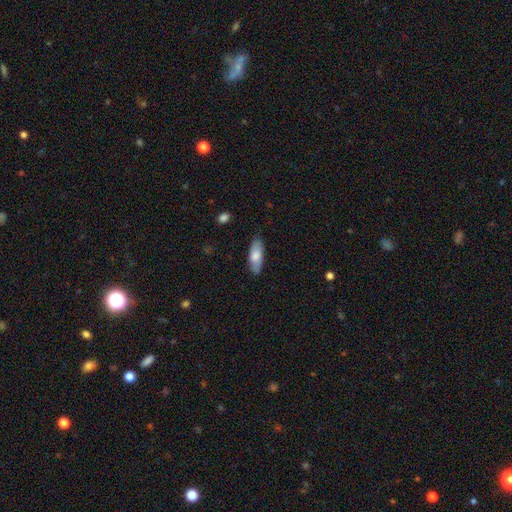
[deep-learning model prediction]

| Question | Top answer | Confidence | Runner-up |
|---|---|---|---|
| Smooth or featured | smooth | 75% | featured or disk (20%) |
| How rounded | in between | 75% | cigar-shaped (23%) |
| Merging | none | 83% | minor disturbance (13%) |